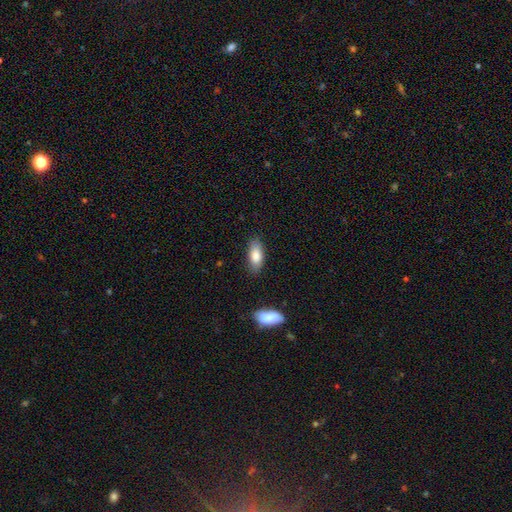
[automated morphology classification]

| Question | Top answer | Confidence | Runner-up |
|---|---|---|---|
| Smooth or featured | smooth | 81% | featured or disk (12%) |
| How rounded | in between | 83% | cigar-shaped (14%) |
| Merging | none | 81% | minor disturbance (14%) |